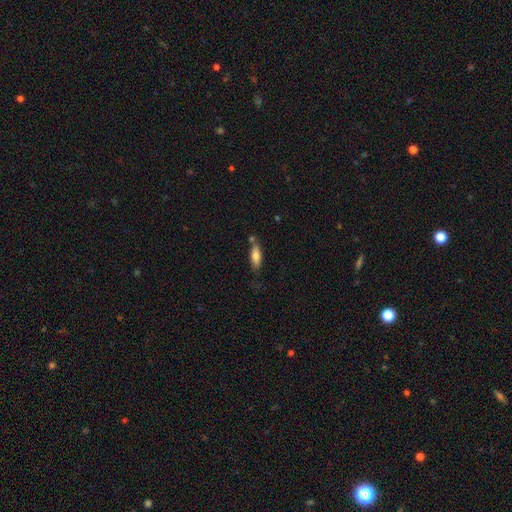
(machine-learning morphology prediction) Smooth or featured: smooth — 73% (featured or disk — 21%)
How rounded: in between — 62% (cigar-shaped — 36%)
Merging: none — 63% (minor disturbance — 20%)